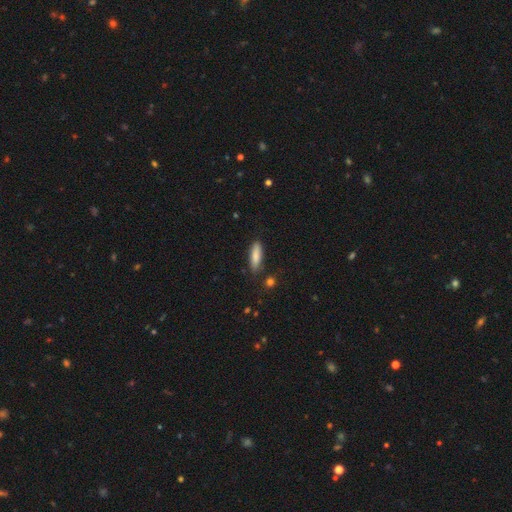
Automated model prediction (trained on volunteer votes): Q: Smooth or featured?
A: smooth (84%); runner-up: featured or disk (10%)
Q: How rounded?
A: cigar-shaped (62%); runner-up: in between (36%)
Q: Merging?
A: none (84%); runner-up: minor disturbance (11%)